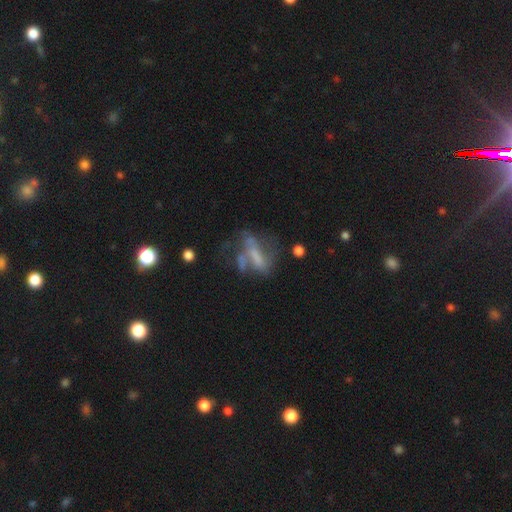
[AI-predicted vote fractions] Overall: featured or disk (55%; smooth 29%). Edge-on disk: no (92%). Bar: no (50%; weak 25%). Spiral arms: no (66%; yes 34%). Bulge size: none (57%; moderate 18%). Merging: major disturbance (38%; none 30%).